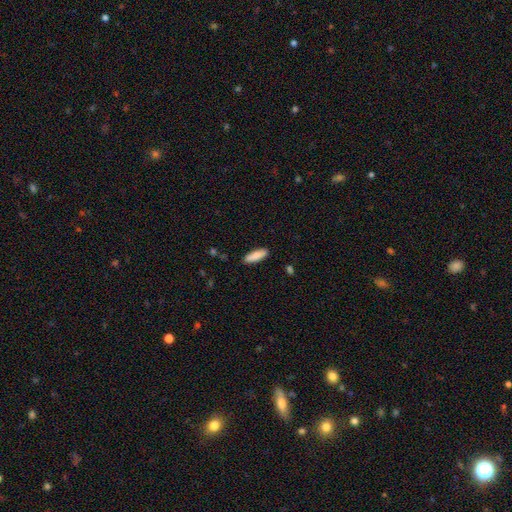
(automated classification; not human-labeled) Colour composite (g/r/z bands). It shows a smooth galaxy with no disk features (86%) that is in between round and cigar-shaped (54%). Merging: none (87%).